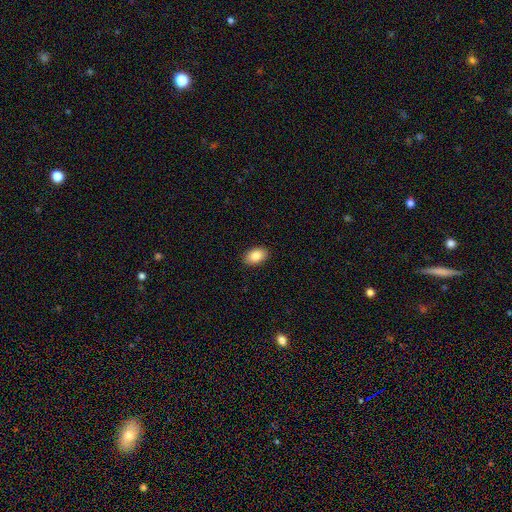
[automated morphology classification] Smooth or featured?
  - smooth: 87% *
  - star or artifact: 7%
  - featured or disk: 6%
How rounded?
  - in between: 90% *
  - round: 8%
  - cigar-shaped: 1%
Merging?
  - none: 90% *
  - minor disturbance: 7%
  - major disturbance: 2%
  - merger: 1%